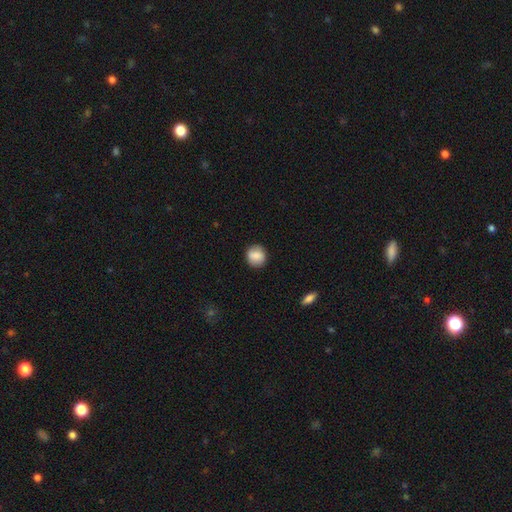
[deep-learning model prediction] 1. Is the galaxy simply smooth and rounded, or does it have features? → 84% smooth, 8% featured or disk, 8% star or artifact.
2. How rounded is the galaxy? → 82% round, 16% in between, 1% cigar-shaped.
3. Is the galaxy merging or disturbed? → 87% none, 9% minor disturbance, 2% major disturbance, 1% merger.